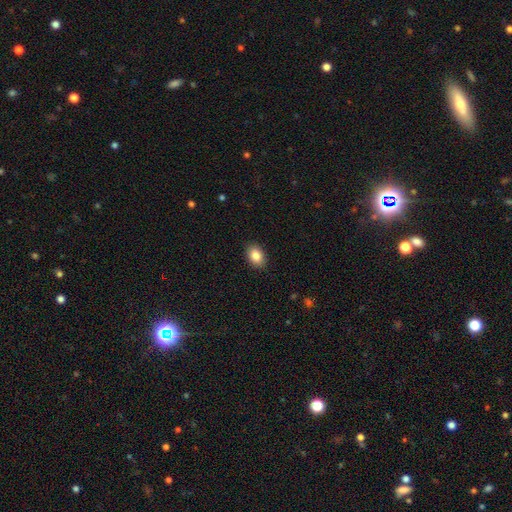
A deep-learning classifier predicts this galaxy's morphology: Overall: smooth (86%). How rounded: in between (79%). Merging: none (89%).